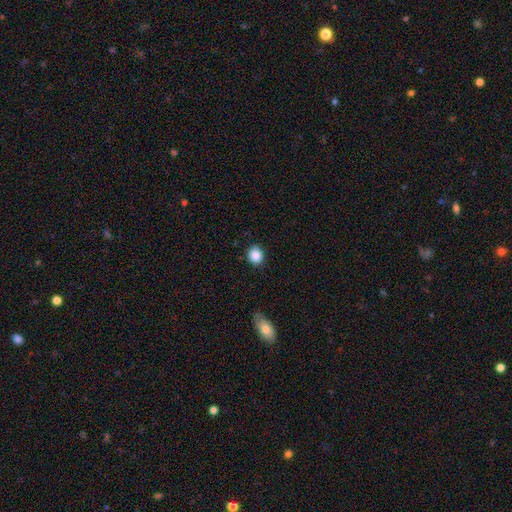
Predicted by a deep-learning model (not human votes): This is clearly a smooth galaxy (88%). How rounded: likely round (75%). Merging: clearly none (86%).